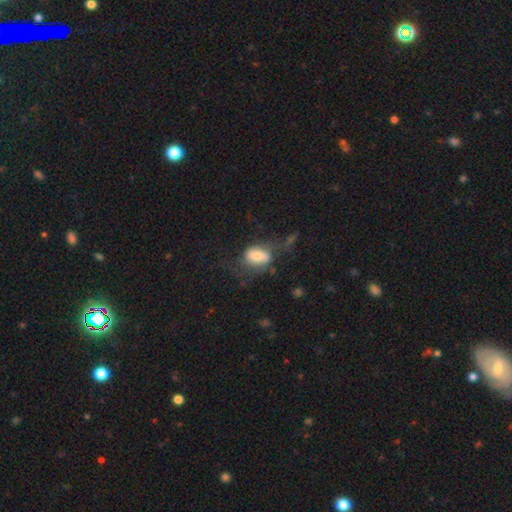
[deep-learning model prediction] The model was most divided on "merging": major disturbance: 39%, none: 35%, minor disturbance: 21%, merger: 4%. More confident: how rounded — in between (82%); smooth or featured — smooth (52%).